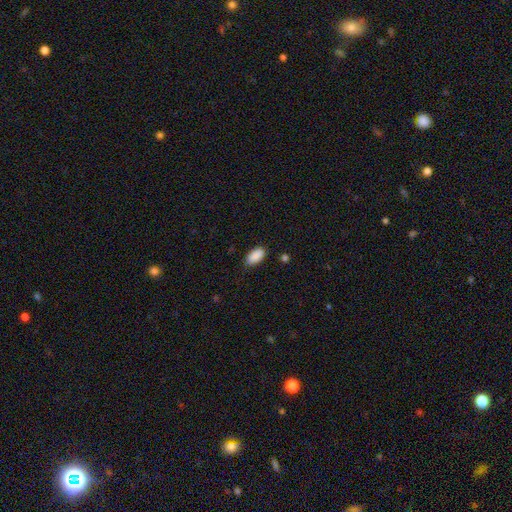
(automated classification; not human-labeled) The model was most divided on "merging": none: 79%, minor disturbance: 17%, major disturbance: 3%, merger: 1%. More confident: how rounded — in between (94%); smooth or featured — smooth (90%).